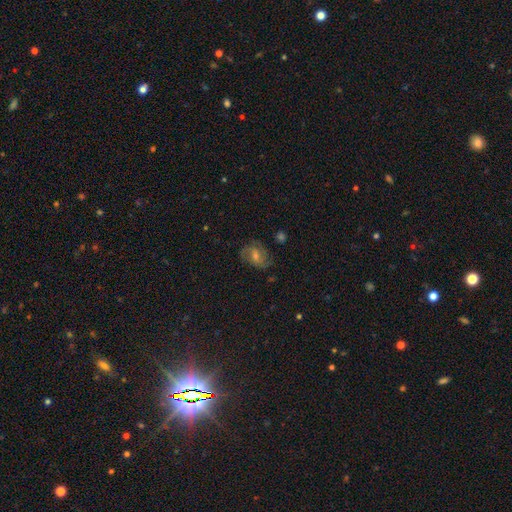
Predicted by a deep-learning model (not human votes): Morphology: type=featured or disk (60%); edge-on=no (96%); bar=no (48%); spiral arms=yes (89%); winding=medium (45%); arm count=2 (52%); bulge=moderate (56%); merging=none (77%).